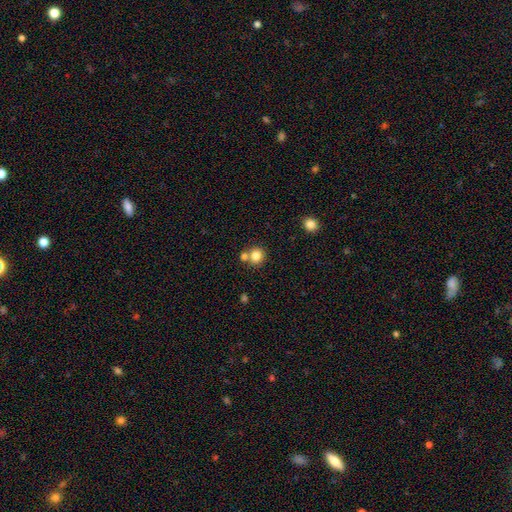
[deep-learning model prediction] Smooth or featured: smooth — 81% (star or artifact — 11%)
How rounded: round — 88% (in between — 11%)
Merging: none — 59% (merger — 30%)